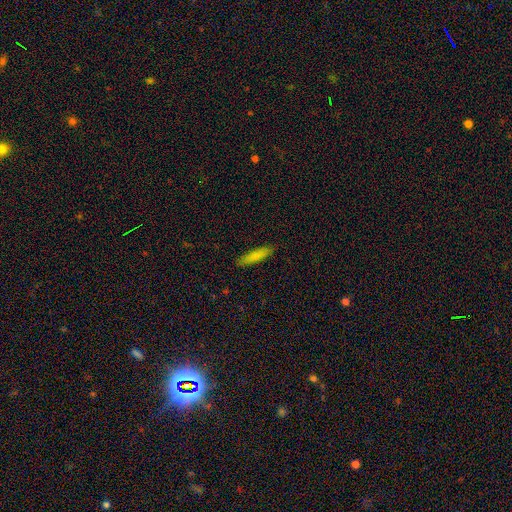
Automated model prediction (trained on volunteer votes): Q: Smooth or featured?
A: smooth (82%); runner-up: featured or disk (11%)
Q: How rounded?
A: cigar-shaped (80%); runner-up: in between (18%)
Q: Merging?
A: none (89%); runner-up: minor disturbance (9%)